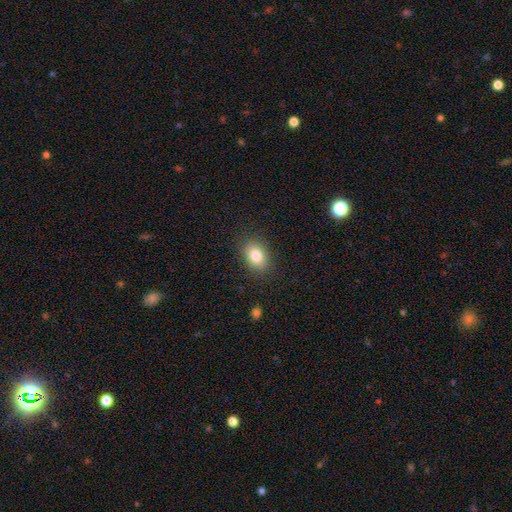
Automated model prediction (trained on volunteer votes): This appears to be a smooth galaxy with no disk features (83%) that is in between round and cigar-shaped (74%). Merging: none (86%).